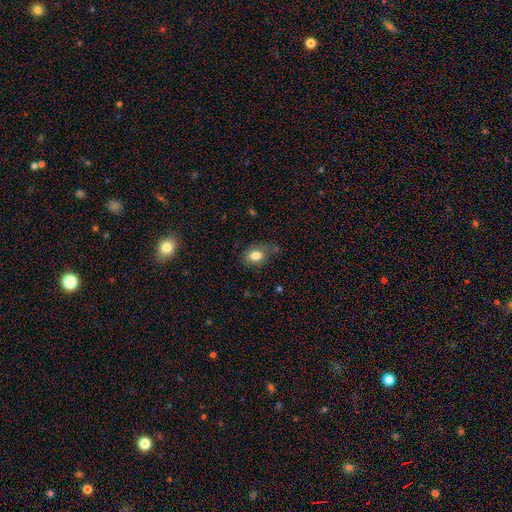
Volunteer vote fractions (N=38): Smooth or featured? smooth (84%)
How rounded? round (50%, tied with in between)
Merging? none (56%)